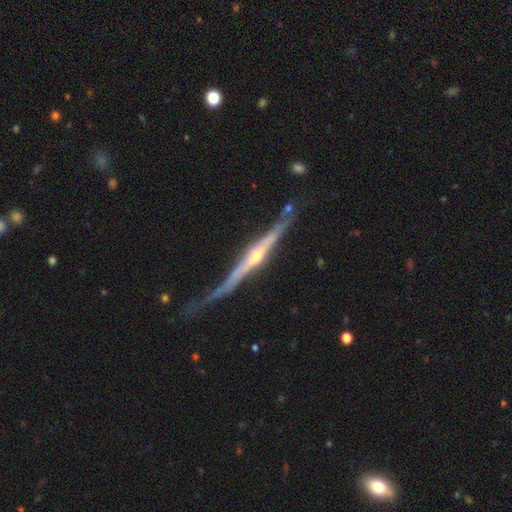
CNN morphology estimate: This is clearly a featured or disk galaxy (86%). It is clearly viewed edge-on (97%). Edge-on bulge: clearly rounded (82%). Merging: likely none (62%).